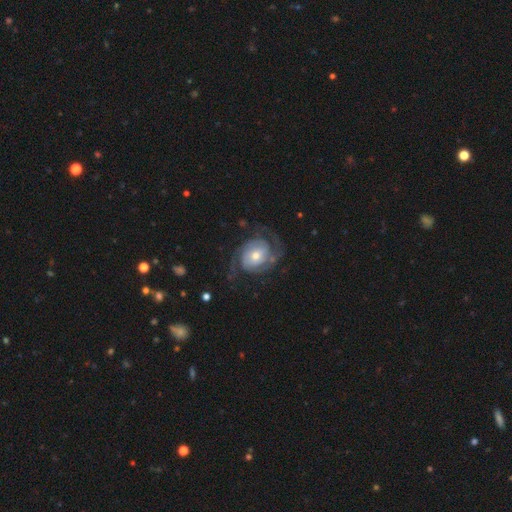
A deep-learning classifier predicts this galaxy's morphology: The model was most divided on "spiral winding": tight: 45%, medium: 40%, loose: 16%. More confident: edge-on disk — no (98%); spiral arms — yes (96%); smooth or featured — featured or disk (87%); spiral arm count — 2 (75%); merging — none (68%); bar — no (61%); bulge size — moderate (58%).